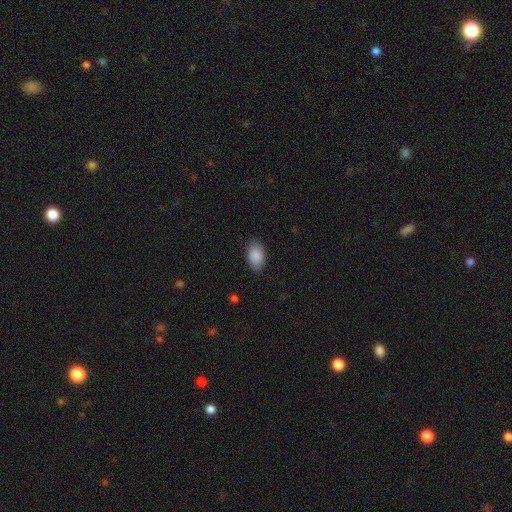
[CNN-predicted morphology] smooth-or-featured: smooth: 88% | star or artifact: 7% | featured or disk: 5%
  how-rounded: in between: 92% | round: 6% | cigar-shaped: 2%
  merging: none: 82% | minor disturbance: 14% | major disturbance: 3% | merger: 1%